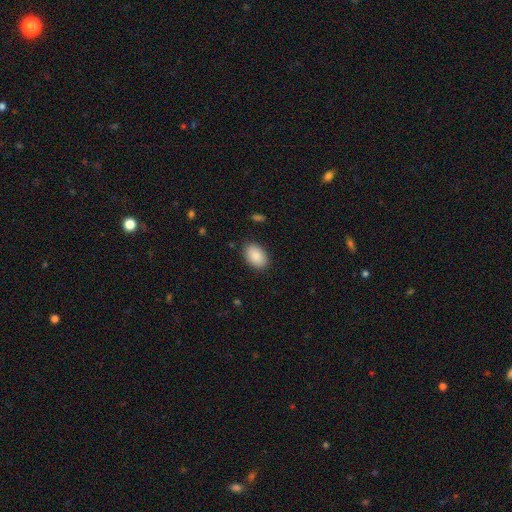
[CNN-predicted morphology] Smooth or featured: smooth — 89% (star or artifact — 6%)
How rounded: in between — 89% (round — 10%)
Merging: none — 87% (minor disturbance — 9%)